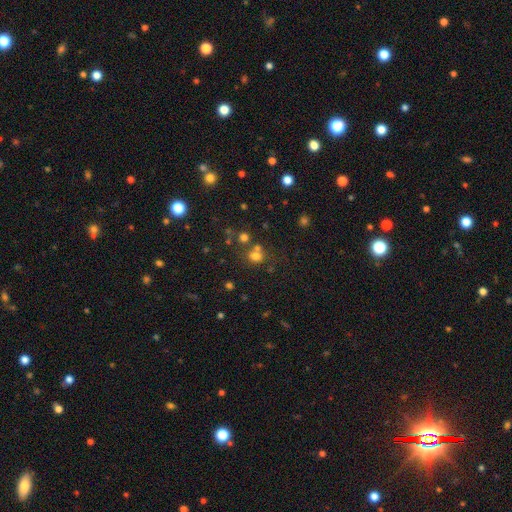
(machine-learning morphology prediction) type=smooth (69%); roundness=round (71%); merging=none (54%).